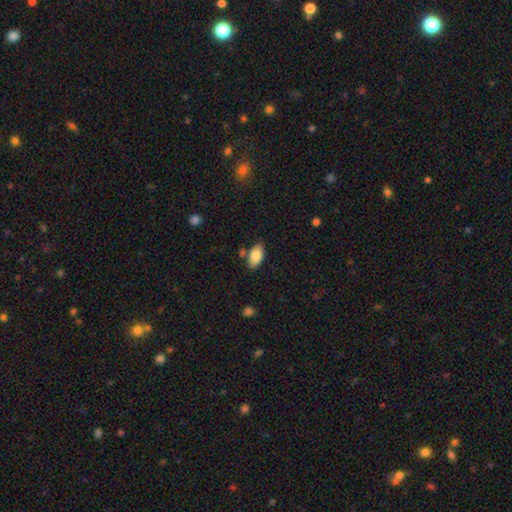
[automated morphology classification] Smooth or featured: smooth — 85% (featured or disk — 8%)
How rounded: in between — 93% (round — 4%)
Merging: none — 76% (minor disturbance — 14%)